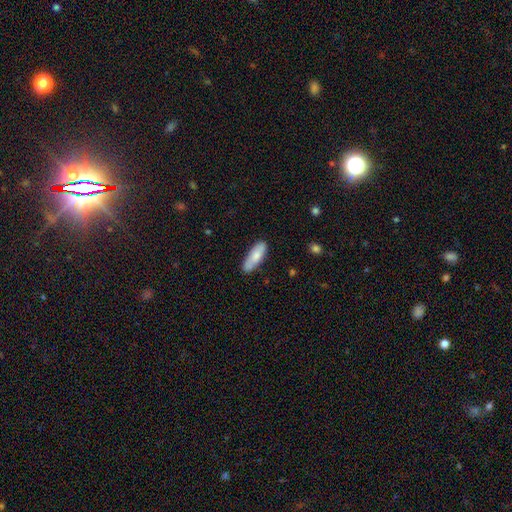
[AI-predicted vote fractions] Smooth or featured?
  - smooth: 76% *
  - featured or disk: 18%
  - star or artifact: 6%
How rounded?
  - in between: 63% *
  - cigar-shaped: 35%
  - round: 2%
Merging?
  - none: 79% *
  - minor disturbance: 16%
  - major disturbance: 3%
  - merger: 2%